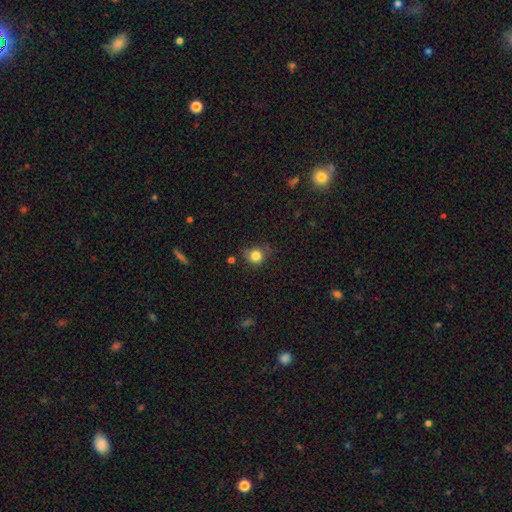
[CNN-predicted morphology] Smooth or featured: smooth — 82% (star or artifact — 12%)
How rounded: round — 85% (in between — 13%)
Merging: none — 67% (minor disturbance — 24%)